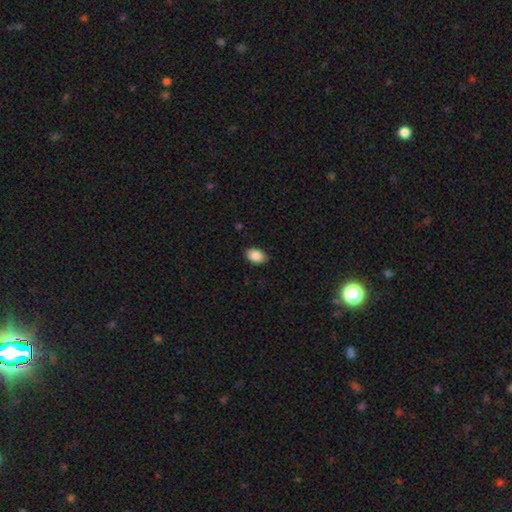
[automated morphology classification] Smooth or featured? Predicted: smooth (p=0.88). How rounded? Predicted: in between (p=0.89). Merging? Predicted: none (p=0.85).